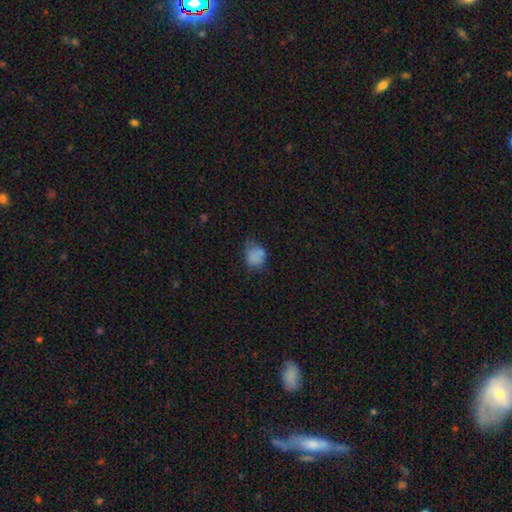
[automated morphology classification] The model was most divided on "merging": none: 50%, minor disturbance: 32%, major disturbance: 12%, merger: 6%. More confident: smooth or featured — smooth (78%); how rounded — round (65%).